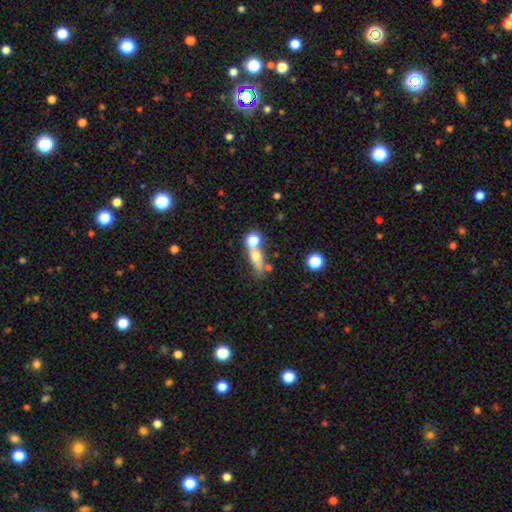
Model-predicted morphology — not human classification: The model was most divided on "how rounded": in between: 38%, round: 32%, cigar-shaped: 30%. Remaining: smooth or featured — smooth (59%); merging — merger (45%).